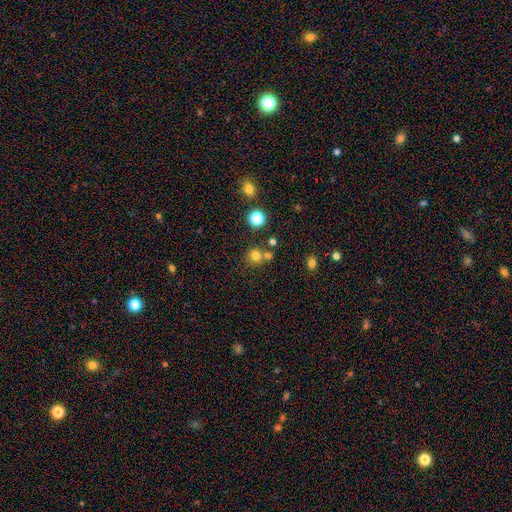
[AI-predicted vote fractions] Smooth or featured? smooth (75%)
How rounded? round (89%)
Merging? none (66%)